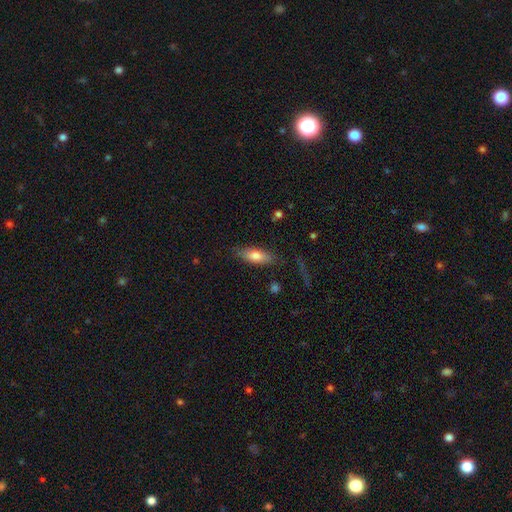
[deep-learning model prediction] Smooth or featured: smooth — 75% (featured or disk — 18%)
How rounded: in between — 68% (cigar-shaped — 29%)
Merging: none — 78% (minor disturbance — 15%)